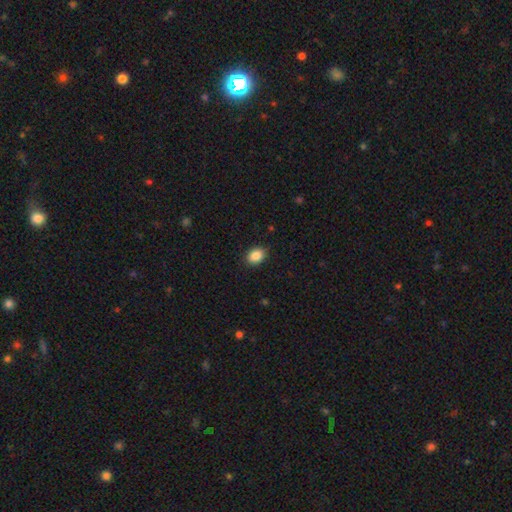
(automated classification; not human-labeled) Overall: smooth (87%). How rounded: in between (66%; round 33%). Merging: none (89%).